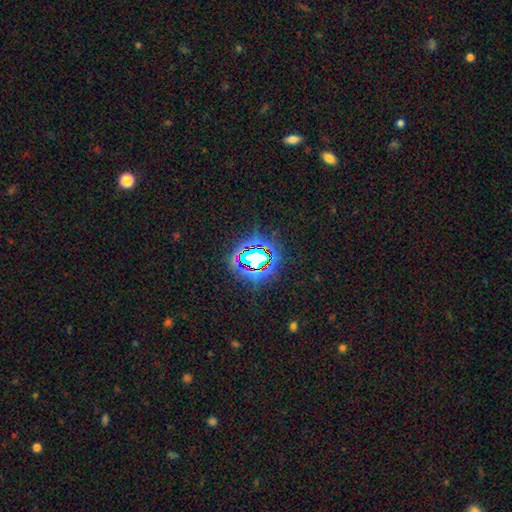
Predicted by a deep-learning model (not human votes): The model was most divided on "smooth or featured": star or artifact: 71%, smooth: 18%, featured or disk: 11%.